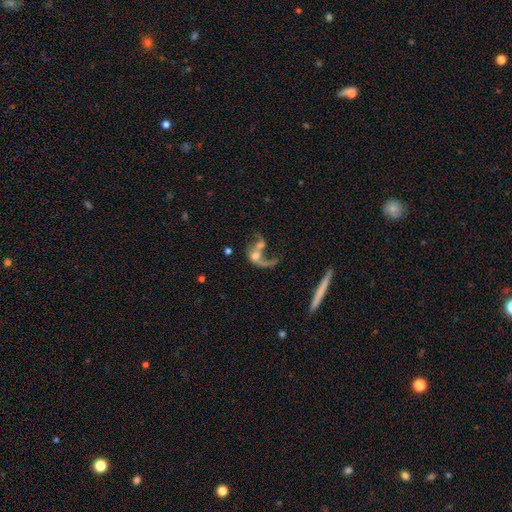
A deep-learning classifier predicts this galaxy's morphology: Smooth or featured: featured or disk — 58% (smooth — 31%)
Edge-on disk: no — 95% (yes — 5%)
Bar: no — 74% (weak — 20%)
Spiral arms: yes — 60% (no — 40%)
Bulge size: moderate — 41% (small — 22%)
Merging: merger — 52% (major disturbance — 25%)